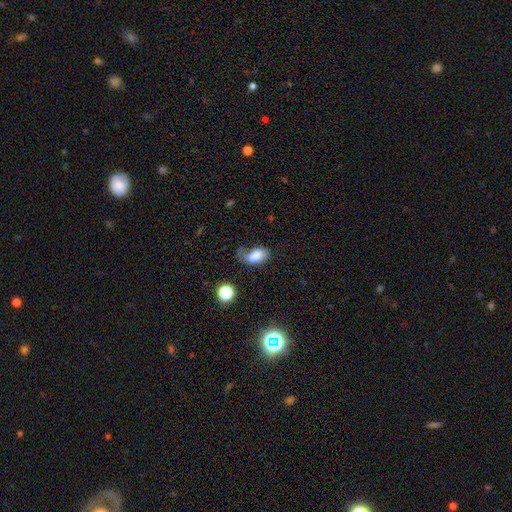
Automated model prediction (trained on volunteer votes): Smooth or featured? Predicted: smooth (p=0.71). How rounded? Predicted: in between (p=0.87). Merging? Predicted: none (p=0.31).